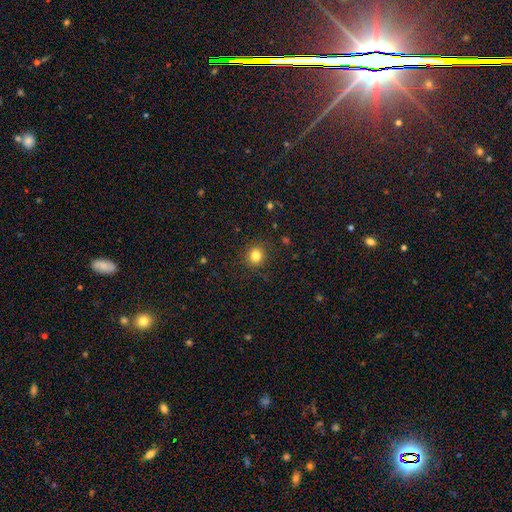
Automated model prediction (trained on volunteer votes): A smooth galaxy with no disk features (82%) that is round (81%).

Vote fractions:
- Smooth or featured? smooth: 82% / star or artifact: 12% / featured or disk: 6%
- How rounded? round: 81% / in between: 18% / cigar-shaped: 1%
- Merging? none: 88% / minor disturbance: 8% / major disturbance: 3% / merger: 1%